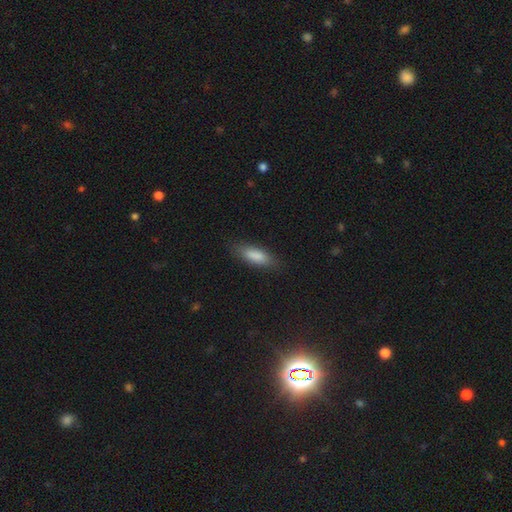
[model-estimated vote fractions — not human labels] Smooth or featured: smooth — 86% (featured or disk — 8%)
How rounded: in between — 62% (cigar-shaped — 36%)
Merging: none — 83% (minor disturbance — 13%)